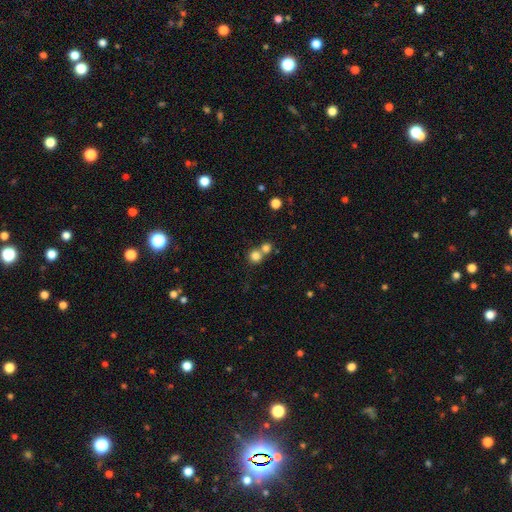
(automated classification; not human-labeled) This appears to be a smooth galaxy with no disk features (80%) that is round (90%). Merging: none (50%).